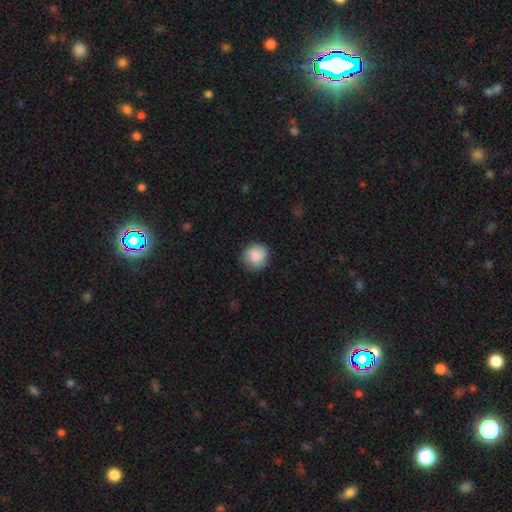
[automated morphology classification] This appears to be a smooth galaxy with no disk features (86%) that is round (91%). Merging: none (88%).